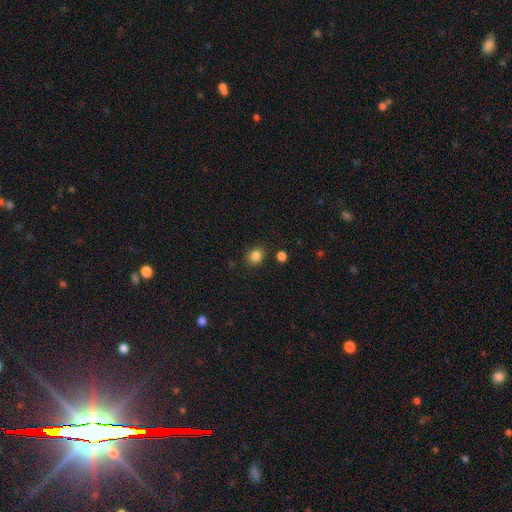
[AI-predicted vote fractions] smooth-or-featured: smooth: 84% | star or artifact: 11% | featured or disk: 4%
  how-rounded: round: 70% | in between: 29% | cigar-shaped: 1%
  merging: none: 83% | minor disturbance: 10% | merger: 4% | major disturbance: 3%